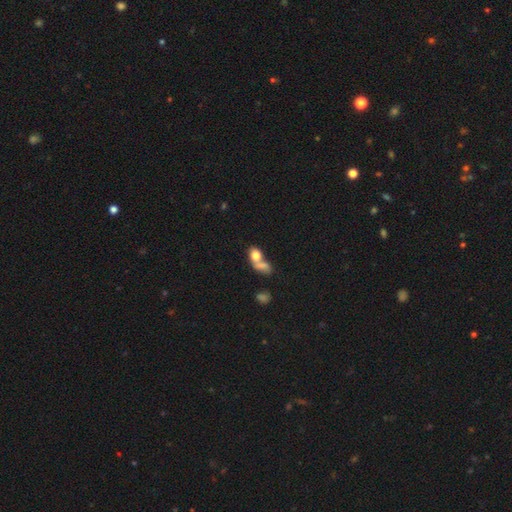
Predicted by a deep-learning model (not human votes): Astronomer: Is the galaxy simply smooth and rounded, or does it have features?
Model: smooth — 72%.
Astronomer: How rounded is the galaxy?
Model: in between — 58% (runner-up: round, 38%).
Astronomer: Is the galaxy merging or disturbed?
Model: merger — 59%.